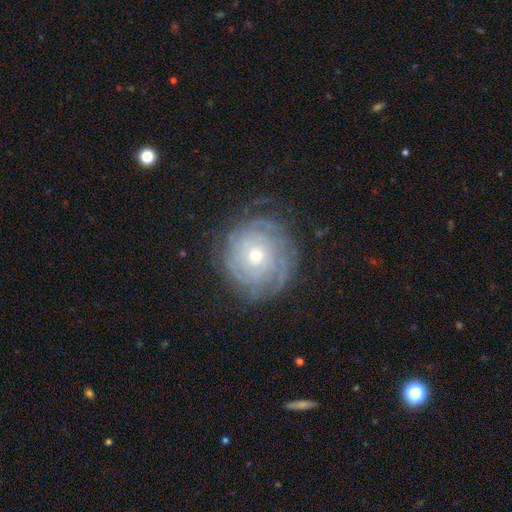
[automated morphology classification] The model was most divided on "bulge size": small: 56%, moderate: 41%, large: 2%, dominant: 1%, none: 1%. More confident: edge-on disk — no (97%); spiral arms — yes (88%); bar — no (83%); spiral winding — tight (79%); smooth or featured — featured or disk (77%); merging — none (72%); spiral arm count — can't tell (51%).